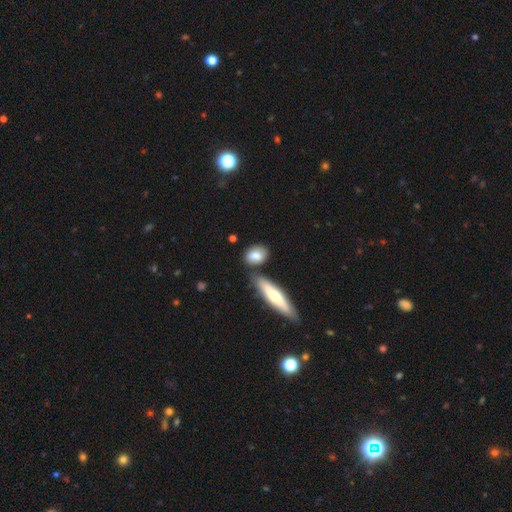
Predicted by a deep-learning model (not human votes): This is likely a smooth galaxy (79%). How rounded: likely in between (69%). Merging: likely none (66%).